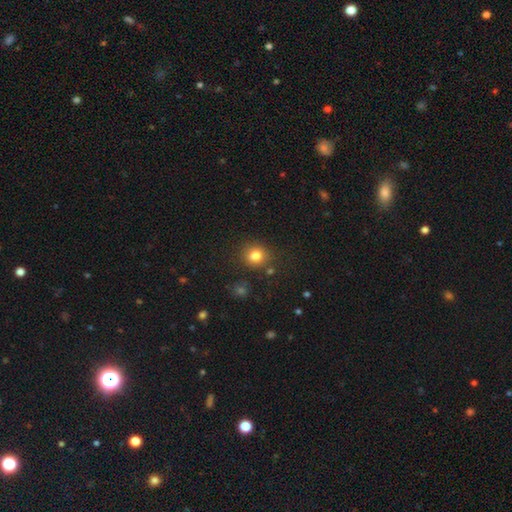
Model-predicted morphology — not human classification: A smooth galaxy with no disk features (81%) that is round (81%). Merging: none (82%).